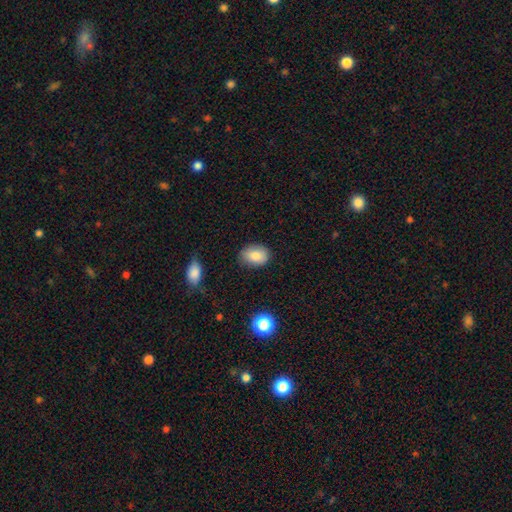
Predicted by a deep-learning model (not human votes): Smooth or featured?
  - smooth: 83% *
  - featured or disk: 9%
  - star or artifact: 9%
How rounded?
  - in between: 70% *
  - round: 29%
  - cigar-shaped: 1%
Merging?
  - none: 81% *
  - minor disturbance: 15%
  - major disturbance: 3%
  - merger: 2%